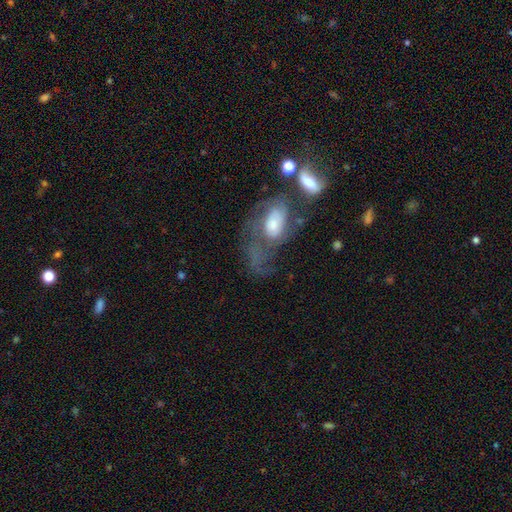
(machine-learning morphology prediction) A featured or disk galaxy (61%) with no bar (71%), spiral arms (67%) and a moderate central bulge (50%). Merging: major disturbance (34%).